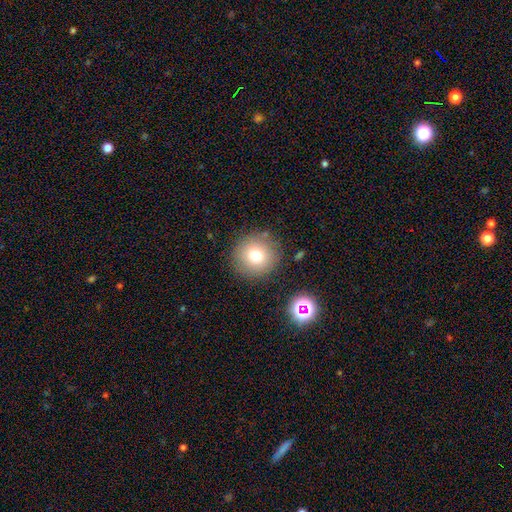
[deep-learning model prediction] smooth_or_featured: smooth (p=0.75) [alt: star or artifact p=0.14]
how_rounded: round (p=0.95) [alt: in between p=0.05]
merging: none (p=0.86) [alt: minor disturbance p=0.08]